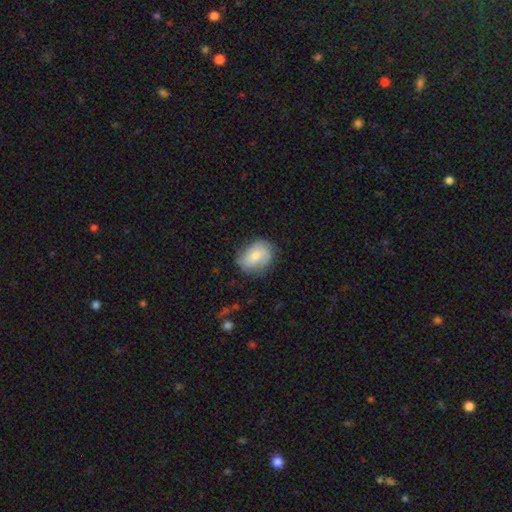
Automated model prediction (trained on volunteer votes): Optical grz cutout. It shows a smooth galaxy with no disk features (62%) that is in between round and cigar-shaped (61%). Merging: none (70%).